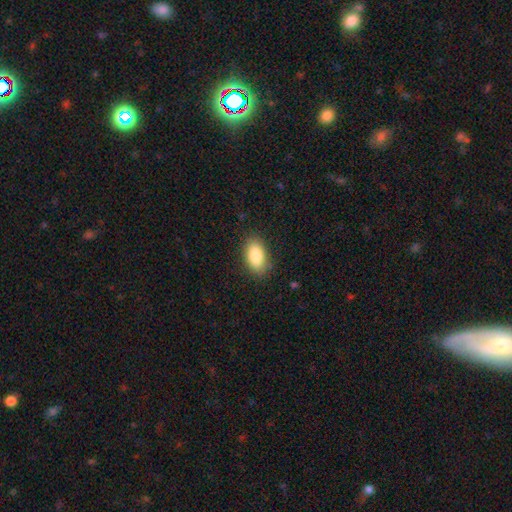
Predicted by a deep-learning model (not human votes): Morphology: type=smooth (87%); roundness=in between (93%); merging=none (84%).